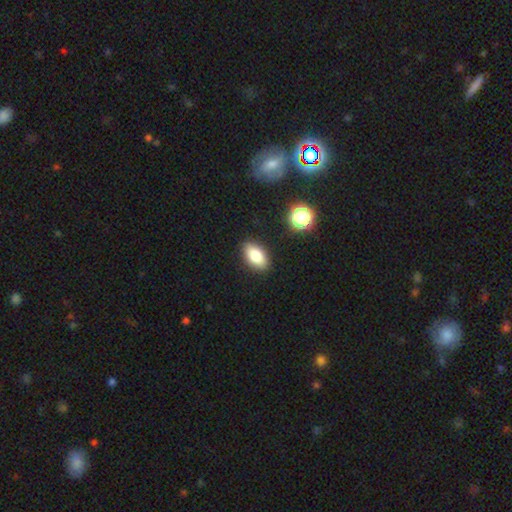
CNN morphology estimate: Smooth or featured? Predicted: smooth (p=0.81). How rounded? Predicted: in between (p=0.91). Merging? Predicted: none (p=0.88).